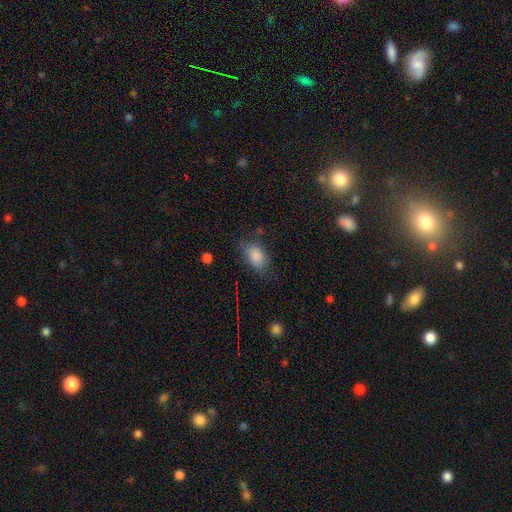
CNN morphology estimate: A smooth galaxy with no disk features (85%) that is in between round and cigar-shaped (85%).

Vote fractions:
- Smooth or featured? smooth: 85% / star or artifact: 9% / featured or disk: 6%
- How rounded? in between: 85% / round: 13% / cigar-shaped: 2%
- Merging? none: 71% / minor disturbance: 20% / major disturbance: 7% / merger: 2%